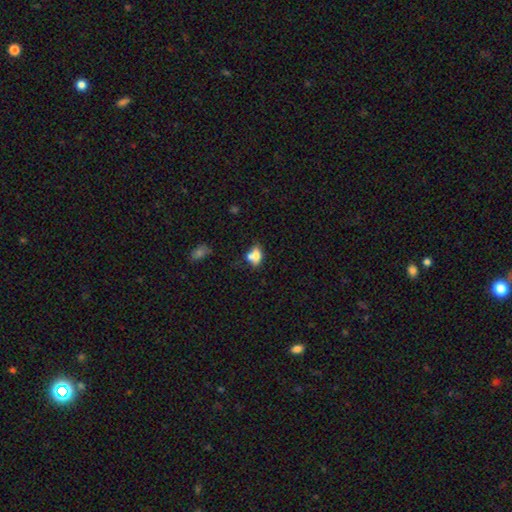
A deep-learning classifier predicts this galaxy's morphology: type=smooth (67%); roundness=in between (73%); merging=merger (42%).